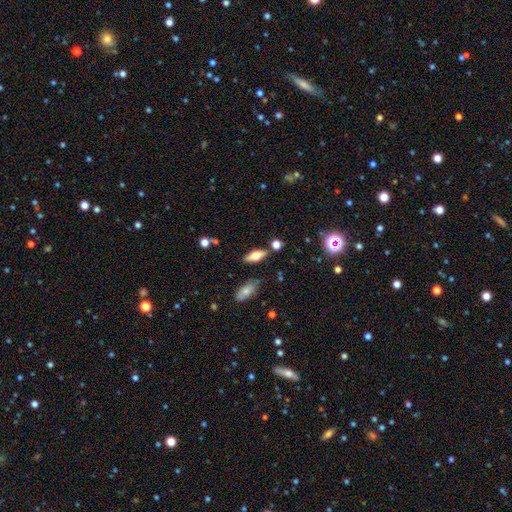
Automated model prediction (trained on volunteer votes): Overall: smooth (64%; featured or disk 28%). How rounded: in between (76%). Merging: none (78%).